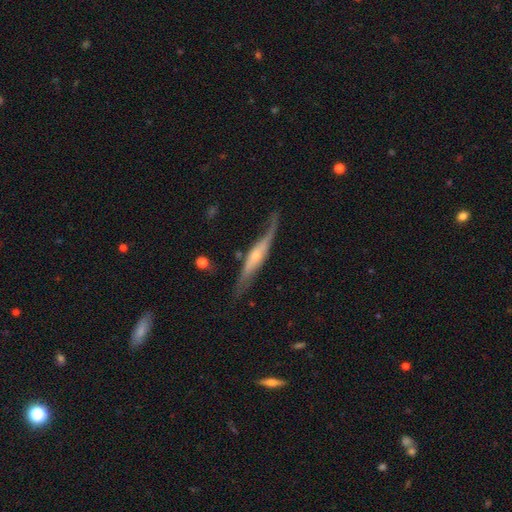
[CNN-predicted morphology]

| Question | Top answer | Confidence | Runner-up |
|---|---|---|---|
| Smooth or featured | featured or disk | 75% | smooth (19%) |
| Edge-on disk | yes | 76% | no (24%) |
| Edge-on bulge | rounded | 80% | none (13%) |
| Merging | none | 61% | minor disturbance (24%) |